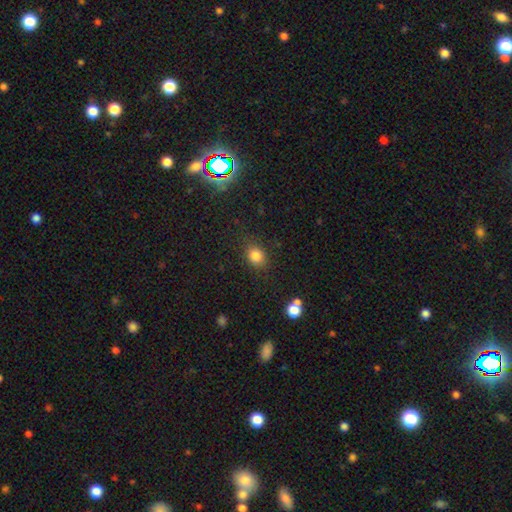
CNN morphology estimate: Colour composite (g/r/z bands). It shows a smooth galaxy with no disk features (83%) that is round (58%). Merging: none (80%).